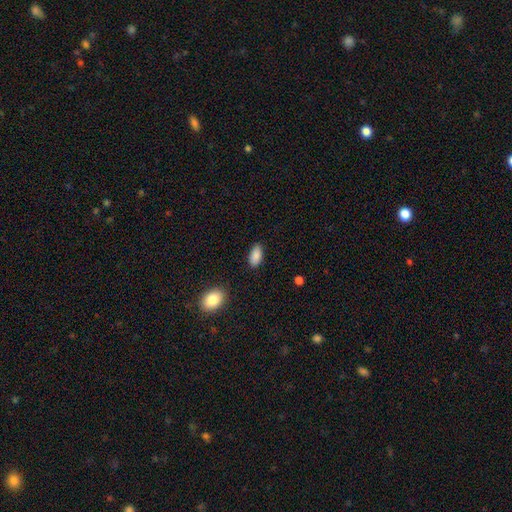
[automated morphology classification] smooth_or_featured: smooth (p=0.89) [alt: star or artifact p=0.07]
how_rounded: in between (p=0.92) [alt: cigar-shaped p=0.06]
merging: none (p=0.86) [alt: minor disturbance p=0.10]